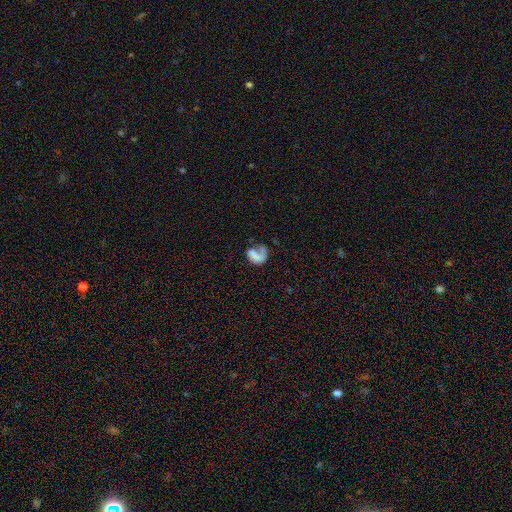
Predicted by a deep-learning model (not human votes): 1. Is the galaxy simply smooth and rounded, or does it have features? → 46% featured or disk, 43% smooth, 11% star or artifact.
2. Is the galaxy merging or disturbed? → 44% major disturbance, 30% none, 17% minor disturbance, 9% merger.